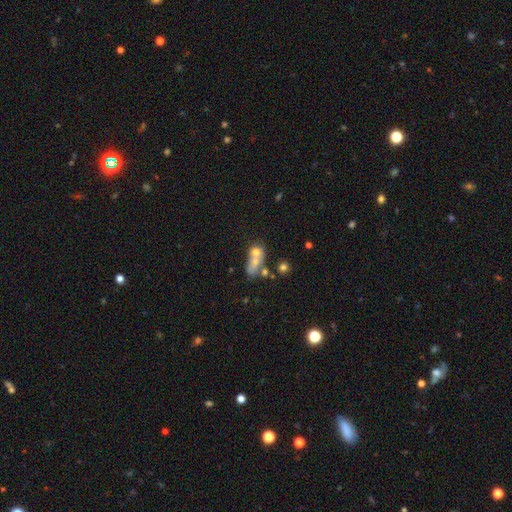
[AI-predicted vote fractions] A smooth galaxy with no disk features (59%) that is in between round and cigar-shaped (53%).

Vote fractions:
- Smooth or featured? smooth: 59% / featured or disk: 26% / star or artifact: 14%
- How rounded? in between: 53% / round: 39% / cigar-shaped: 8%
- Merging? merger: 52% / none: 26% / minor disturbance: 11% / major disturbance: 10%